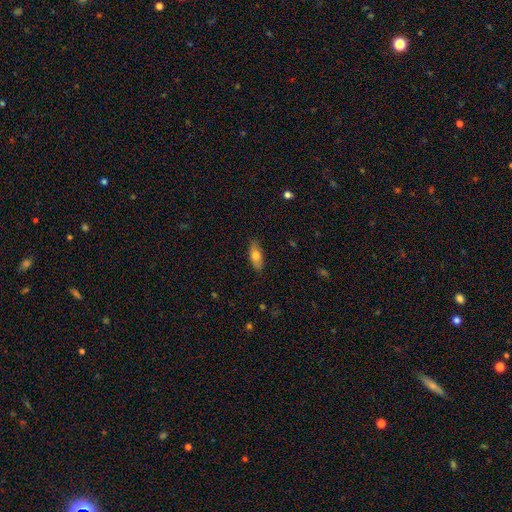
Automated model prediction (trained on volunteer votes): This is likely a smooth galaxy (70%). How rounded: likely in between (73%). Merging: clearly none (86%).